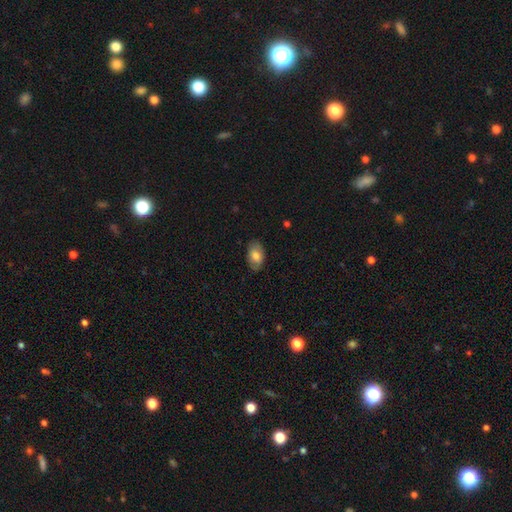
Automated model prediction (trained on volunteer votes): Smooth or featured? smooth (75%)
How rounded? in between (92%)
Merging? none (83%)